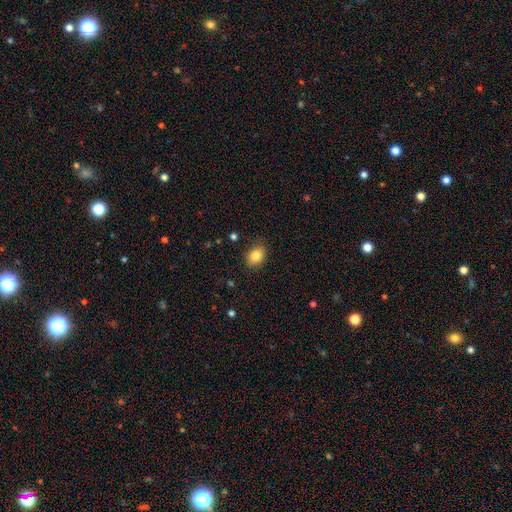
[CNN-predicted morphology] Smooth or featured? Predicted: smooth (p=0.84). How rounded? Predicted: in between (p=0.72). Merging? Predicted: none (p=0.84).